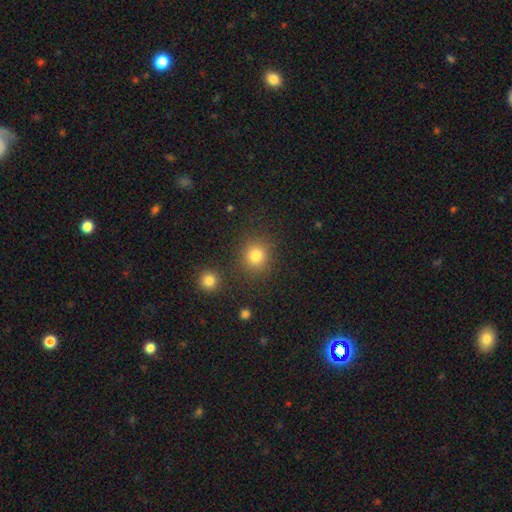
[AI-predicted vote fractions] A smooth galaxy with no disk features (82%) that is round (87%).

Vote fractions:
- Smooth or featured? smooth: 82% / star or artifact: 13% / featured or disk: 5%
- How rounded? round: 87% / in between: 12% / cigar-shaped: 1%
- Merging? none: 84% / minor disturbance: 8% / merger: 5% / major disturbance: 4%